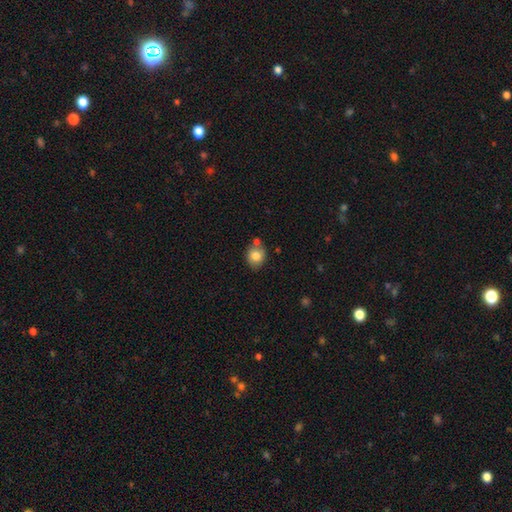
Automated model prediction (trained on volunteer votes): This is likely a smooth galaxy (80%). How rounded: likely round (63%). Merging: likely none (63%).